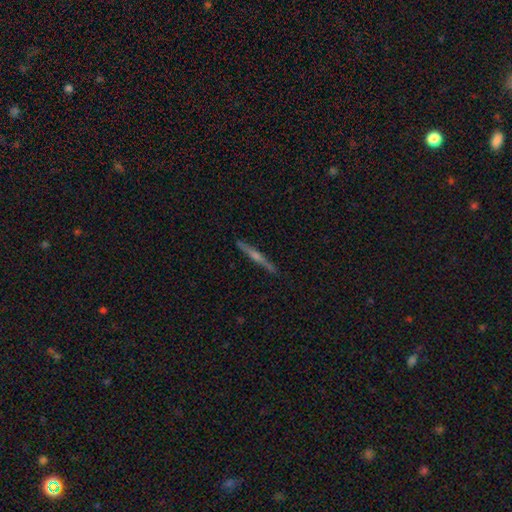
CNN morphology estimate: Q: Smooth or featured?
A: featured or disk (72%); runner-up: smooth (21%)
Q: Edge-on disk?
A: yes (98%); runner-up: no (2%)
Q: Edge-on bulge?
A: rounded (74%); runner-up: none (18%)
Q: Merging?
A: none (90%); runner-up: minor disturbance (8%)